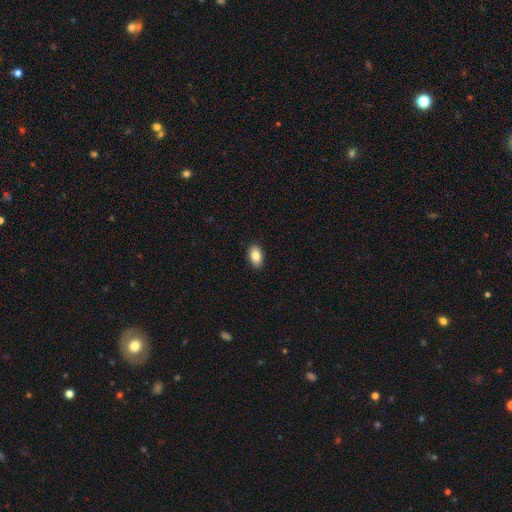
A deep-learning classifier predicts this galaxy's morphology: This is clearly a smooth galaxy (84%). How rounded: clearly in between (91%). Merging: clearly none (90%).